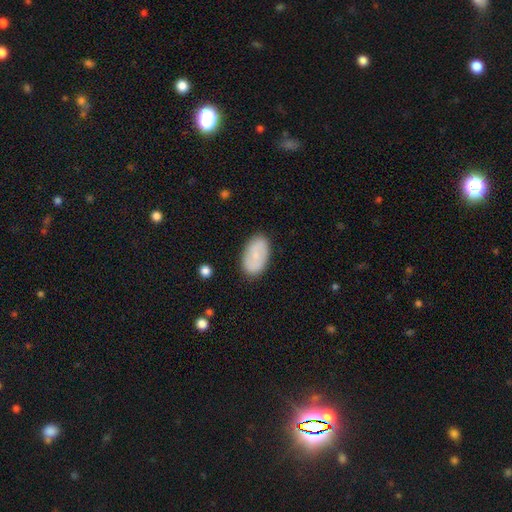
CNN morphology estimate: Smooth or featured? smooth (66%)
How rounded? in between (93%)
Merging? none (85%)